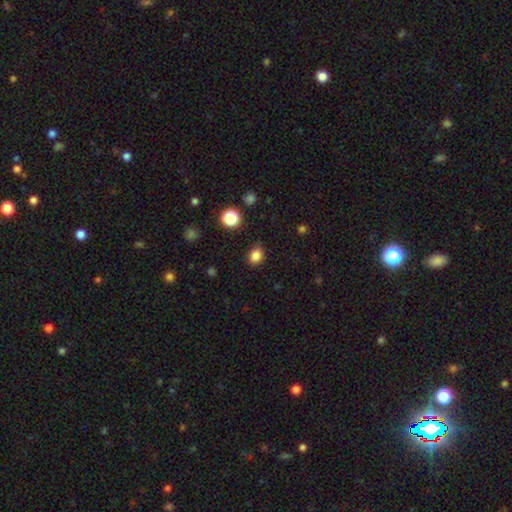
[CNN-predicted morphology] Smooth or featured? Predicted: smooth (p=0.83). How rounded? Predicted: round (p=0.55). Merging? Predicted: none (p=0.84).